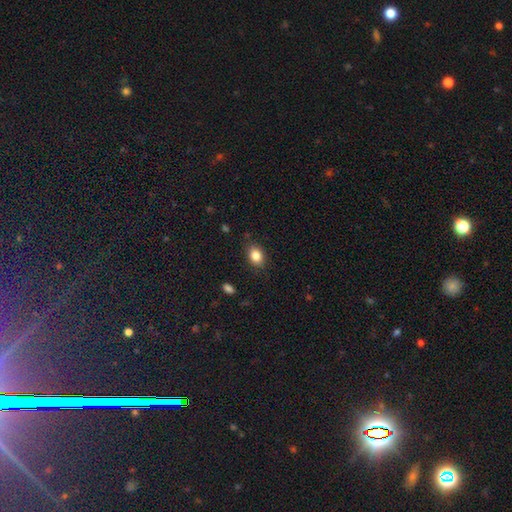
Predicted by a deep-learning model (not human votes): Smooth or featured? smooth (84%)
How rounded? in between (72%)
Merging? none (85%)